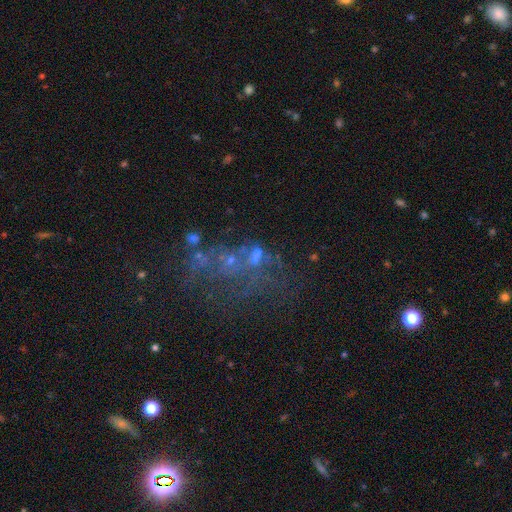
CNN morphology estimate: Smooth or featured: featured or disk — 48% (star or artifact — 30%)
Merging: none — 35% (major disturbance — 32%)